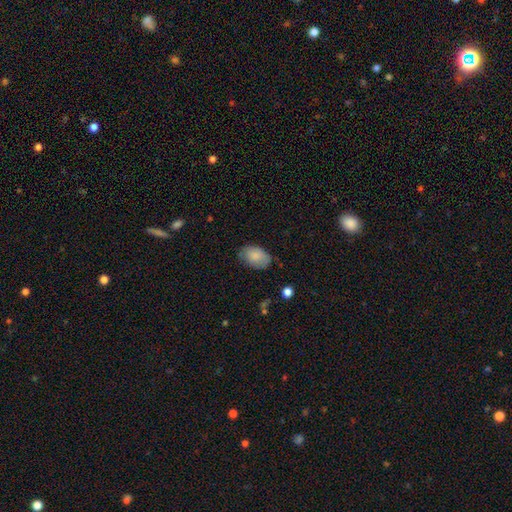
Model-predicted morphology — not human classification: type=smooth (84%); roundness=in between (89%); merging=none (69%).